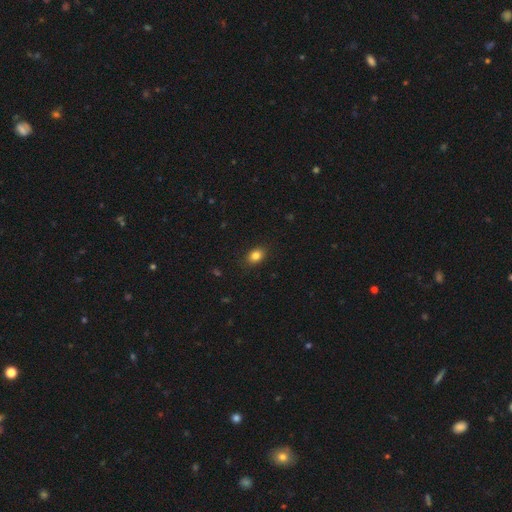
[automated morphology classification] Smooth or featured: smooth — 84% (star or artifact — 10%)
How rounded: in between — 65% (round — 34%)
Merging: none — 88% (minor disturbance — 9%)